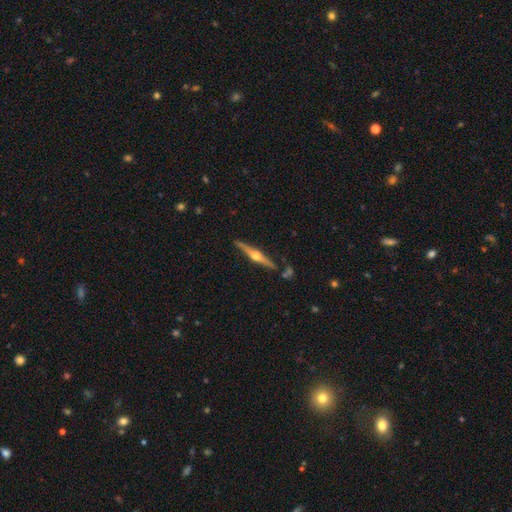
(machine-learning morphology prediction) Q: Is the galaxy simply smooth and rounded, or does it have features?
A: featured or disk — 82%.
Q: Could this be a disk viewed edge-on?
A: yes — 98%.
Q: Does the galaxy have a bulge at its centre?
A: rounded — 95%.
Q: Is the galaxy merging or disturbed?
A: none — 84%.